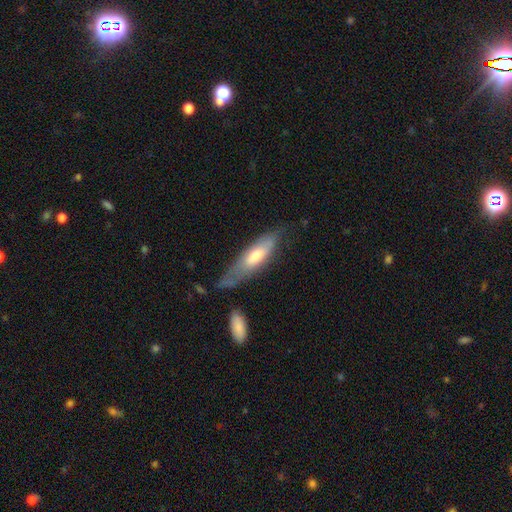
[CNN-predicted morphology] smooth-or-featured: smooth: 57% | featured or disk: 38% | star or artifact: 5%
  how-rounded: cigar-shaped: 58% | in between: 41% | round: 2%
  merging: none: 50% | minor disturbance: 30% | major disturbance: 16% | merger: 5%